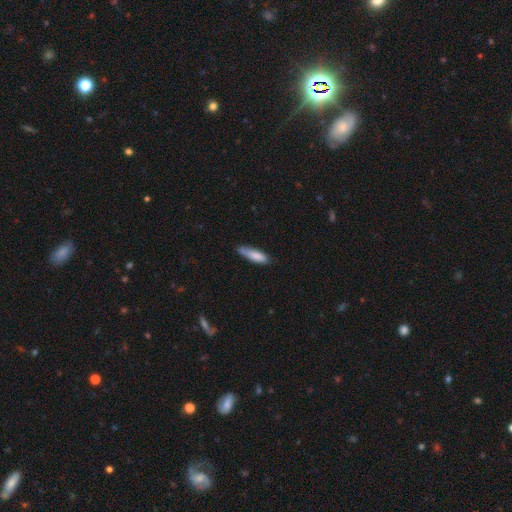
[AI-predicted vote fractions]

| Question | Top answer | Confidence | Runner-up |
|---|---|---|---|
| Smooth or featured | smooth | 82% | featured or disk (13%) |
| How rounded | cigar-shaped | 68% | in between (31%) |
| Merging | none | 67% | minor disturbance (27%) |